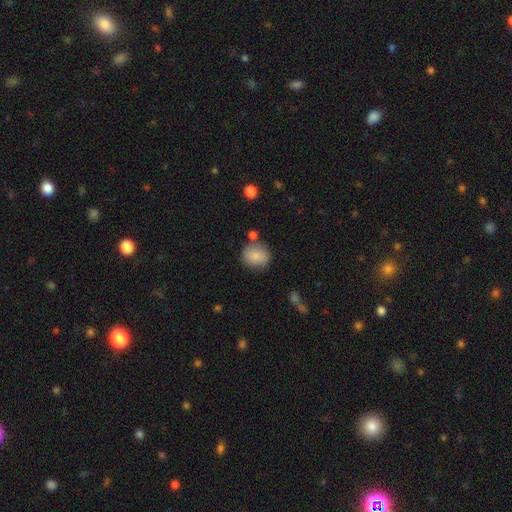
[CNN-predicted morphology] The model was most divided on "how rounded": round: 72%, in between: 27%, cigar-shaped: 1%. More confident: smooth or featured — smooth (85%); merging — none (73%).